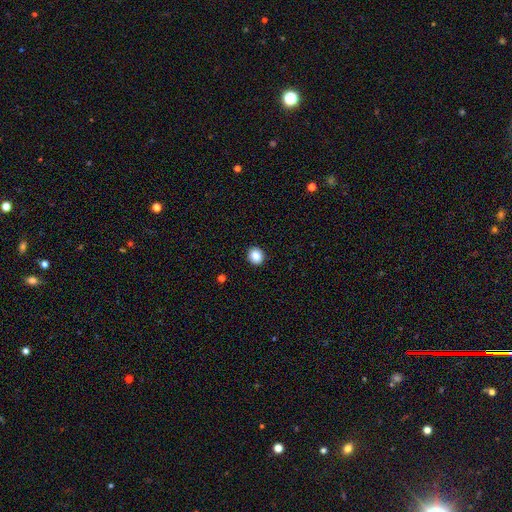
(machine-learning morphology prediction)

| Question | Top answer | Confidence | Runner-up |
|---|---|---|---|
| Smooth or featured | smooth | 85% | star or artifact (9%) |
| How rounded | round | 78% | in between (21%) |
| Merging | none | 93% | minor disturbance (5%) |